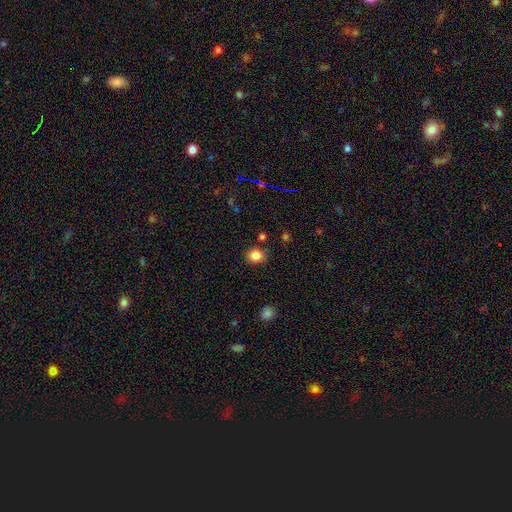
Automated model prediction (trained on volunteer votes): This appears to be a smooth galaxy with no disk features (84%) that is round (67%). Merging: none (86%).